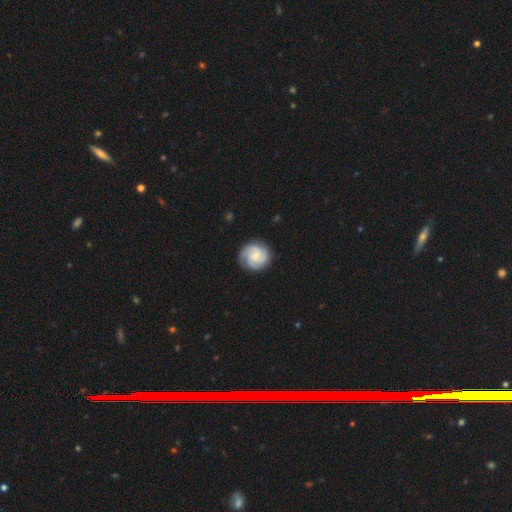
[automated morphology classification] smooth-or-featured: featured or disk: 71% | smooth: 24% | star or artifact: 6%
  disk-edge-on: no: 98% | yes: 2%
    bar: no: 62% | weak: 33% | strong: 5%
    has-spiral-arms: yes: 96% | no: 4%
      spiral-winding: tight: 55% | medium: 36% | loose: 9%
      spiral-arm-count: 3: 39% | 2: 32% | can't tell: 14% | 4: 6% | 1: 5% | more than 4: 4%
    bulge-size: small: 59% | moderate: 28% | none: 9% | large: 3% | dominant: 1%
  merging: none: 84% | minor disturbance: 12% | major disturbance: 4% | merger: 1%